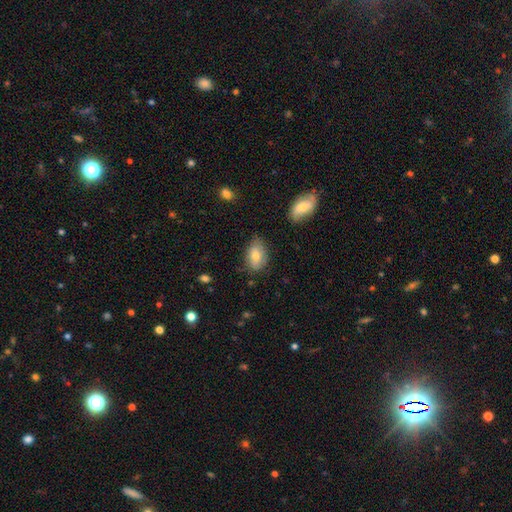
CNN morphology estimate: This appears to be a smooth galaxy with no disk features (73%) that is in between round and cigar-shaped (88%). Merging: none (70%).